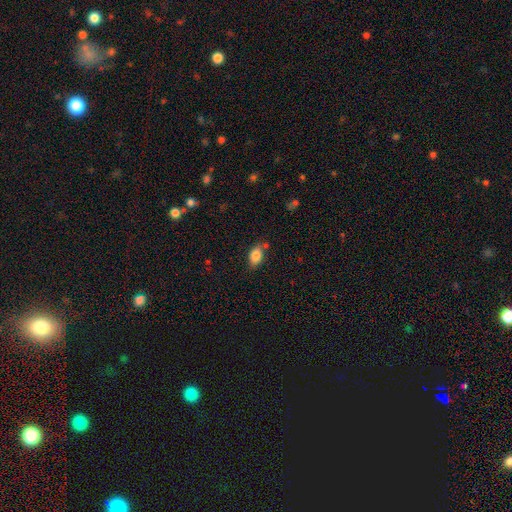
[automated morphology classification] Q: Smooth or featured?
A: smooth (84%); runner-up: star or artifact (8%)
Q: How rounded?
A: in between (88%); runner-up: round (10%)
Q: Merging?
A: none (68%); runner-up: minor disturbance (20%)